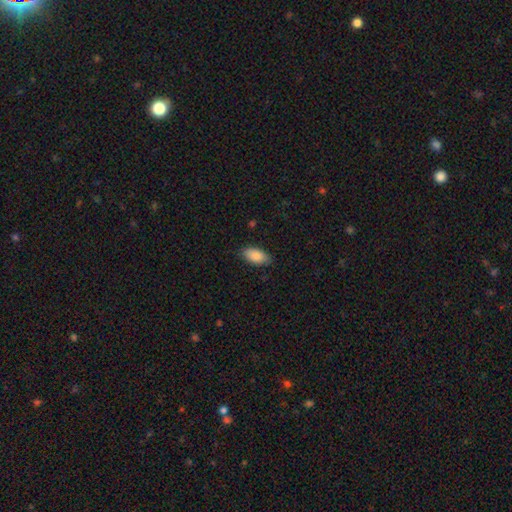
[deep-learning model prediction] Smooth or featured? smooth (87%)
How rounded? in between (94%)
Merging? none (82%)